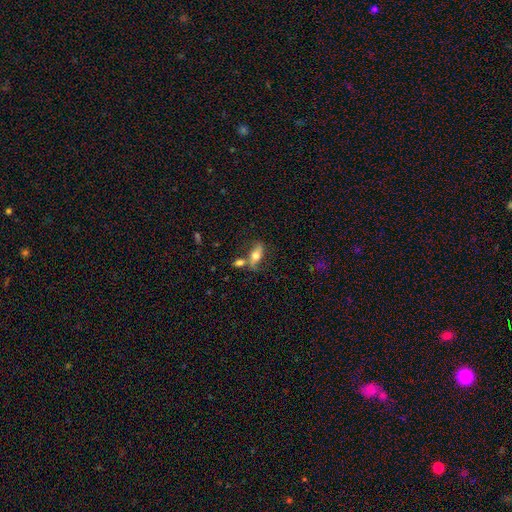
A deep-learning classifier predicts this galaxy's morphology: Smooth or featured?
  - smooth: 53% *
  - featured or disk: 39%
  - star or artifact: 9%
How rounded?
  - in between: 74% *
  - cigar-shaped: 20%
  - round: 6%
Merging?
  - none: 50% *
  - merger: 25%
  - minor disturbance: 17%
  - major disturbance: 9%